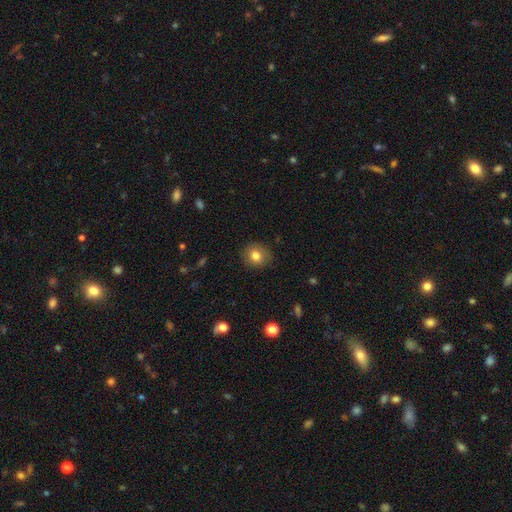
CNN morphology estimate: Q: Smooth or featured?
A: smooth (80%); runner-up: star or artifact (10%)
Q: How rounded?
A: round (85%); runner-up: in between (14%)
Q: Merging?
A: none (88%); runner-up: minor disturbance (9%)